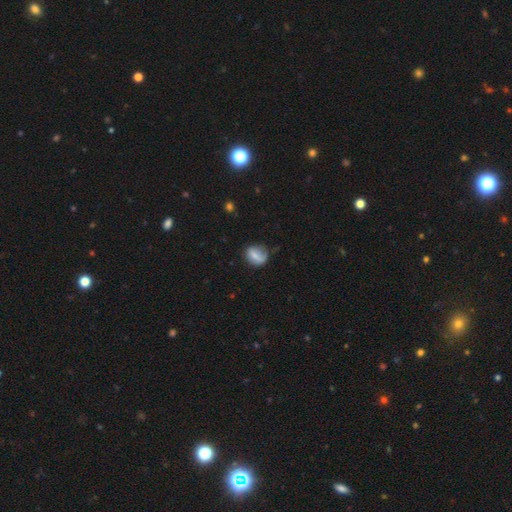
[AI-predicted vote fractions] Smooth or featured?
  - smooth: 67% *
  - featured or disk: 24%
  - star or artifact: 9%
How rounded?
  - round: 52% *
  - in between: 46%
  - cigar-shaped: 2%
Merging?
  - none: 54% *
  - minor disturbance: 31%
  - major disturbance: 13%
  - merger: 2%